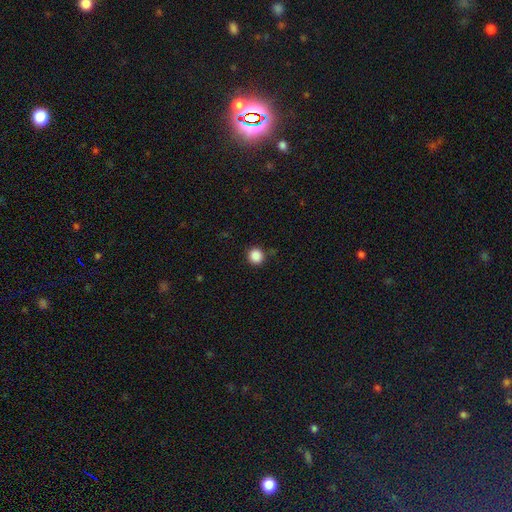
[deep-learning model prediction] smooth_or_featured: smooth (p=0.87) [alt: star or artifact p=0.10]
how_rounded: round (p=0.93) [alt: in between p=0.06]
merging: none (p=0.88) [alt: minor disturbance p=0.08]